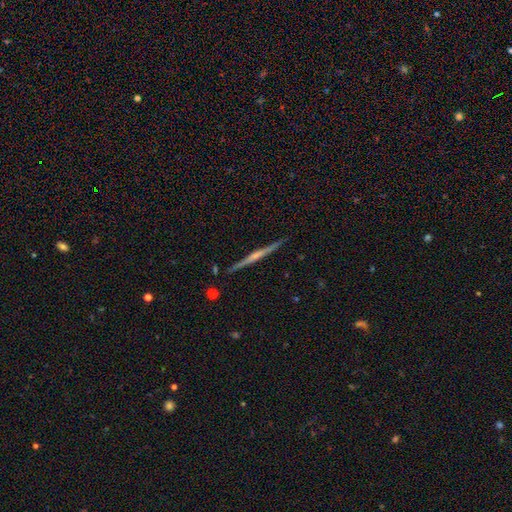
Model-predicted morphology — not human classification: Smooth or featured: featured or disk — 75% (smooth — 19%)
Edge-on disk: yes — 98% (no — 2%)
Edge-on bulge: rounded — 56% (none — 34%)
Merging: none — 91% (minor disturbance — 7%)